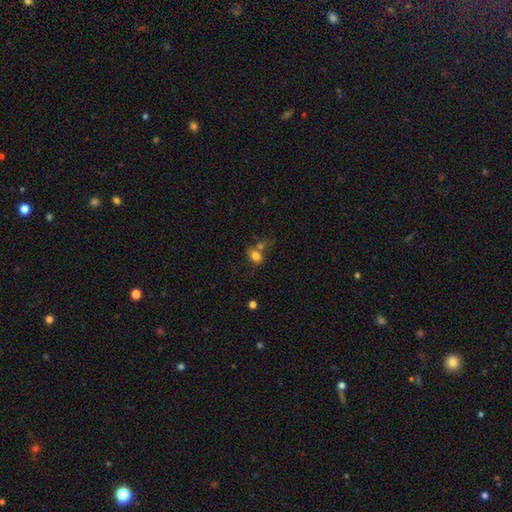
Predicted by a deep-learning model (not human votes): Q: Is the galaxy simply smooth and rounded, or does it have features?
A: smooth — 77%.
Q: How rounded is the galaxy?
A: in between — 74%.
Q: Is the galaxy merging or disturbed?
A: none — 38%, tied with merger.